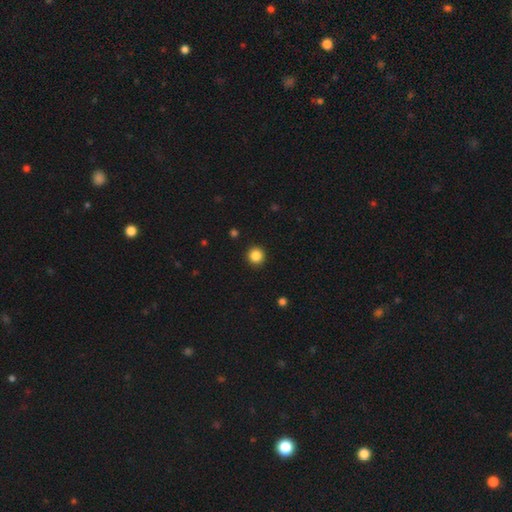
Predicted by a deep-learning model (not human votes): Q: Smooth or featured?
A: smooth (86%); runner-up: star or artifact (11%)
Q: How rounded?
A: round (95%); runner-up: in between (4%)
Q: Merging?
A: none (93%); runner-up: minor disturbance (4%)